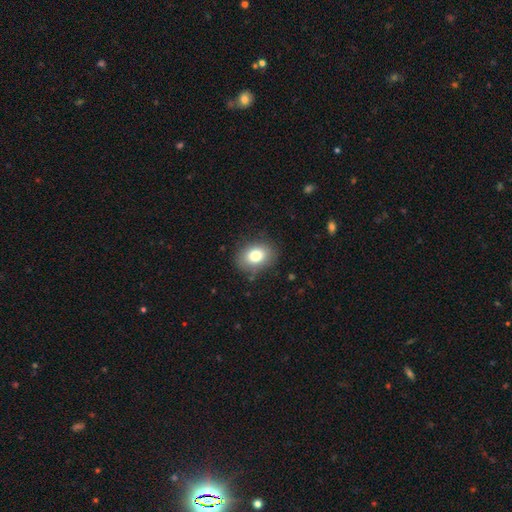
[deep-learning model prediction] Smooth or featured? smooth (78%)
How rounded? in between (59%)
Merging? none (83%)